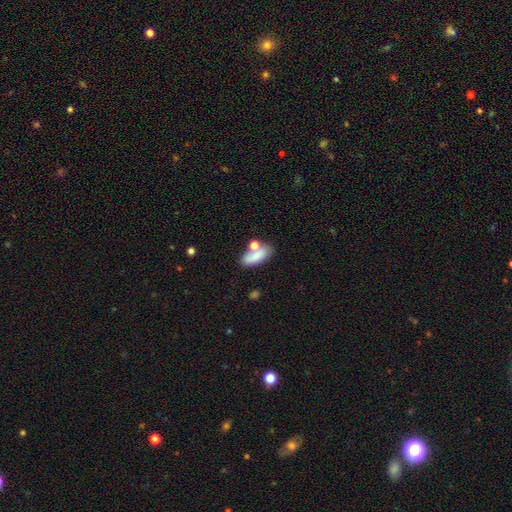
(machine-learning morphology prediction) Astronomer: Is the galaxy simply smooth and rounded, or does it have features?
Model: smooth — 77%.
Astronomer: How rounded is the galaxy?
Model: in between — 77%.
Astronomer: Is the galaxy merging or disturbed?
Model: none — 48% (runner-up: merger, 29%).